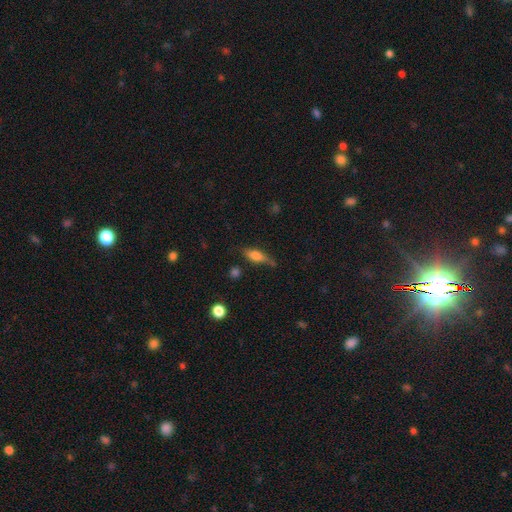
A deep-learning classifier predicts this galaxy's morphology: A smooth galaxy with no disk features (64%) that is in between round and cigar-shaped (56%). Merging: none (58%).